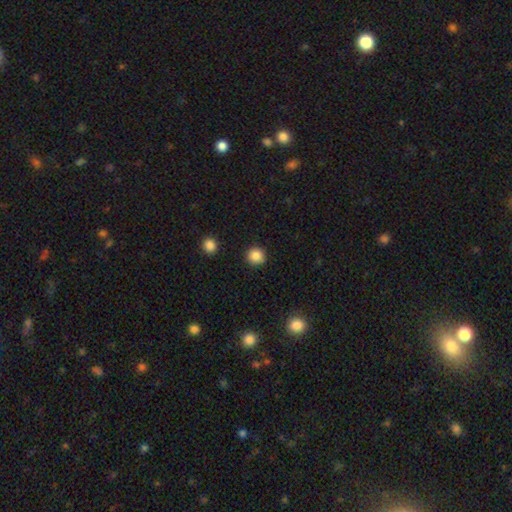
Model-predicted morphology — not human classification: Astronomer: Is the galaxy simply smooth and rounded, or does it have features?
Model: smooth — 86%.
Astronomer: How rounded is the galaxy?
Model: round — 93%.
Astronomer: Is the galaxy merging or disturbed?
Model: none — 92%.